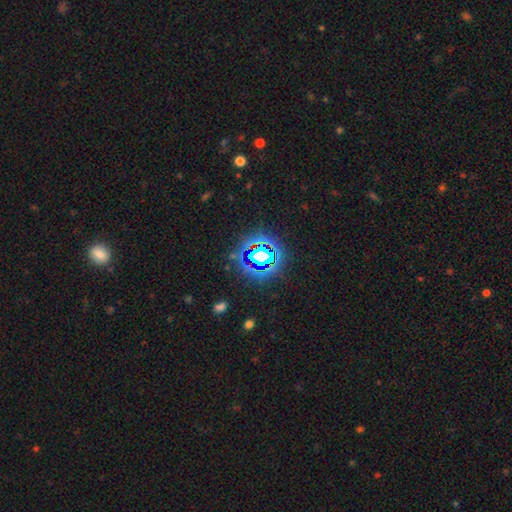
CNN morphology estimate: smooth-or-featured: star or artifact: 78% | smooth: 14% | featured or disk: 8%